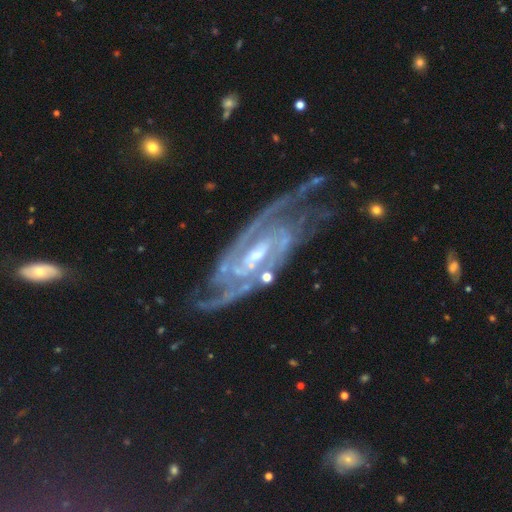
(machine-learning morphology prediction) Q: Smooth or featured?
A: featured or disk (92%); runner-up: star or artifact (5%)
Q: Edge-on disk?
A: no (94%); runner-up: yes (6%)
Q: Bar?
A: weak (45%); runner-up: strong (36%)
Q: Spiral arms?
A: yes (98%); runner-up: no (2%)
Q: Spiral winding?
A: tight (55%); runner-up: medium (38%)
Q: Spiral arm count?
A: 2 (51%); runner-up: 3 (16%)
Q: Bulge size?
A: small (59%); runner-up: moderate (32%)
Q: Merging?
A: none (67%); runner-up: minor disturbance (20%)